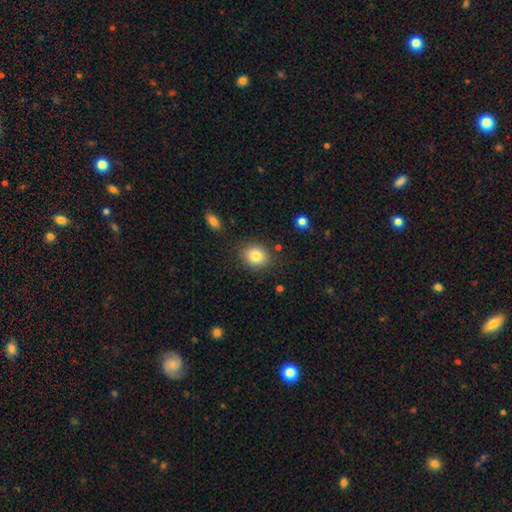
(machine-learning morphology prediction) smooth 83%, star or artifact 9%, featured or disk 8%. Down the decision tree: how rounded — round (56%); merging — none (84%).